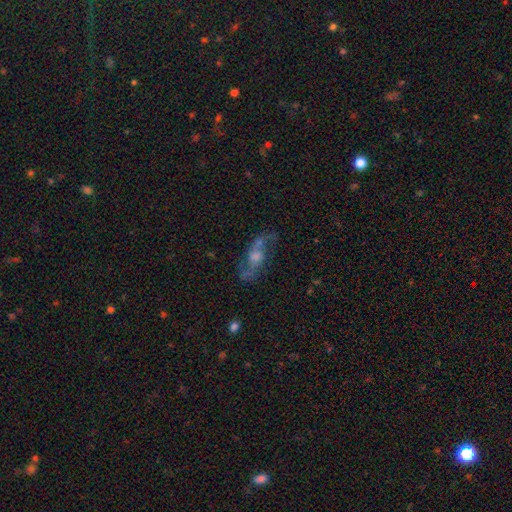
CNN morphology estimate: smooth_or_featured: featured or disk (p=0.75) [alt: smooth p=0.15]
disk_edge_on: no (p=0.88) [alt: yes p=0.12]
bar: no (p=0.56) [alt: weak p=0.35]
has_spiral_arms: yes (p=0.88) [alt: no p=0.12]
spiral_winding: loose (p=0.66) [alt: medium p=0.28]
spiral_arm_count: 2 (p=0.89) [alt: can't tell p=0.05]
bulge_size: moderate (p=0.47) [alt: small p=0.32]
merging: none (p=0.68) [alt: minor disturbance p=0.16]